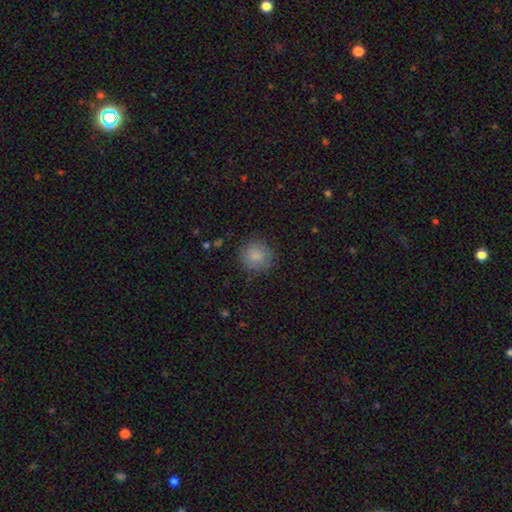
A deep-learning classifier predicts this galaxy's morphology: Overall: smooth (86%). How rounded: round (92%). Merging: none (85%).